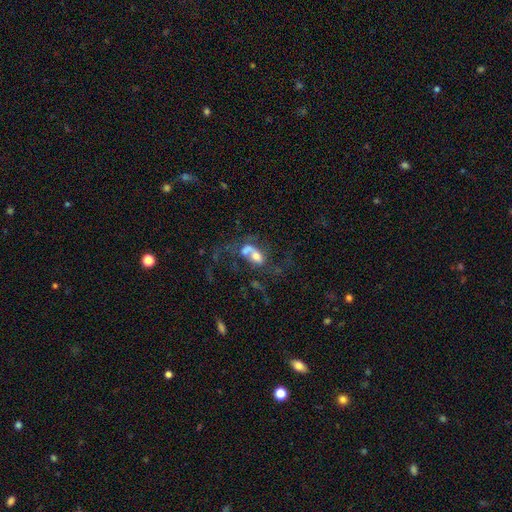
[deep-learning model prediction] Smooth or featured? Predicted: featured or disk (p=0.49). Merging? Predicted: merger (p=0.43).